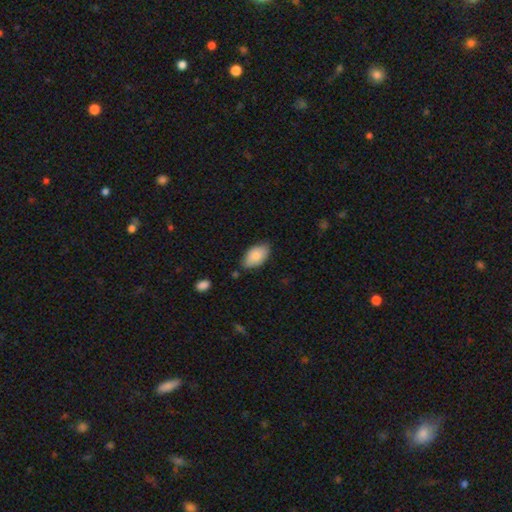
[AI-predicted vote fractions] A smooth galaxy with no disk features (84%) that is in between round and cigar-shaped (95%). Merging: none (77%).